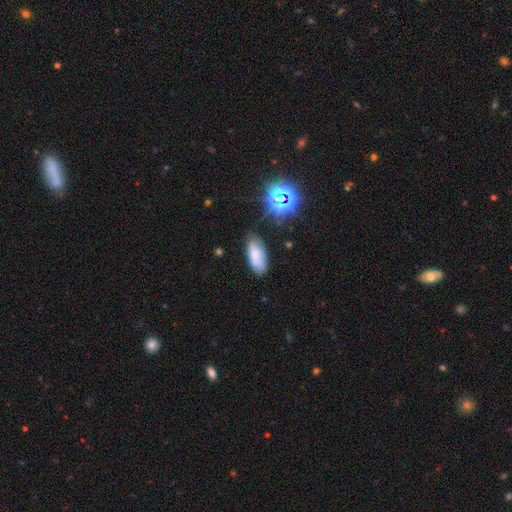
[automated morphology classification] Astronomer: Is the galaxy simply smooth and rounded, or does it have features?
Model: smooth — 73%.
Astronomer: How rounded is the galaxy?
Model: in between — 86%.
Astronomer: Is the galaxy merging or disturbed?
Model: none — 70%.